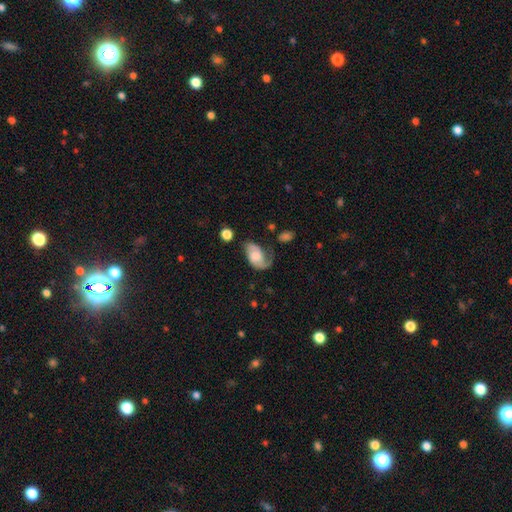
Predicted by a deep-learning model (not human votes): Smooth or featured? featured or disk (66%)
Edge-on disk? no (96%)
Bar? no (63%)
Spiral arms? yes (90%)
Spiral winding? medium (41%)
Spiral arm count? 2 (63%)
Bulge size? moderate (38%)
Merging? none (42%)